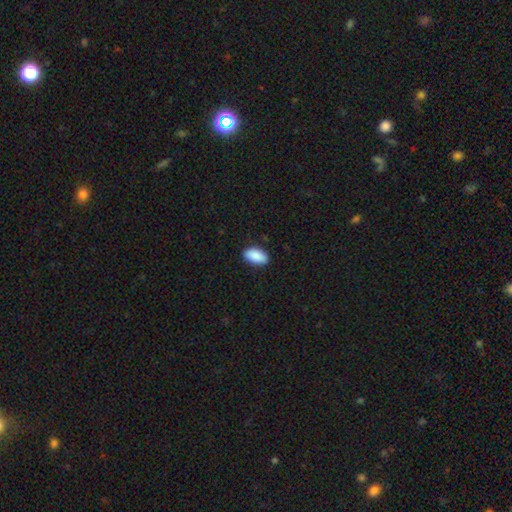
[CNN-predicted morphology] This appears to be a smooth galaxy with no disk features (90%) that is in between round and cigar-shaped (95%). Merging: none (89%).